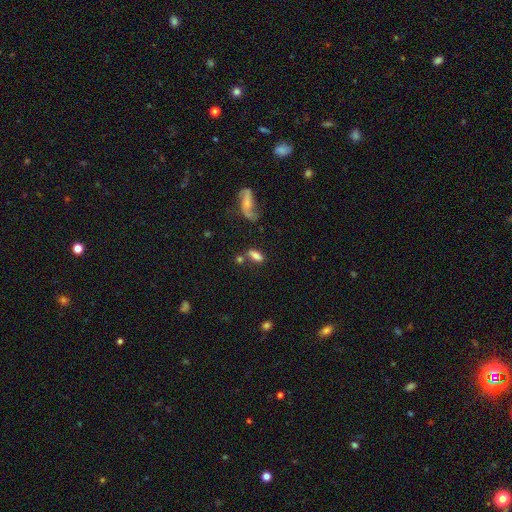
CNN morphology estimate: type=smooth (74%); roundness=in between (77%); merging=none (54%).